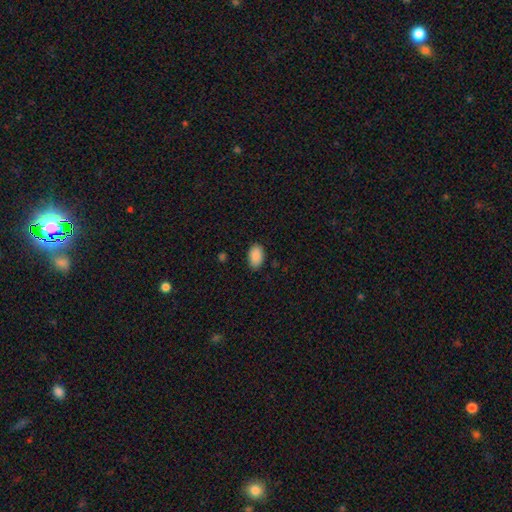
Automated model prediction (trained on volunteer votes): Morphology: type=smooth (89%); roundness=in between (92%); merging=none (85%).